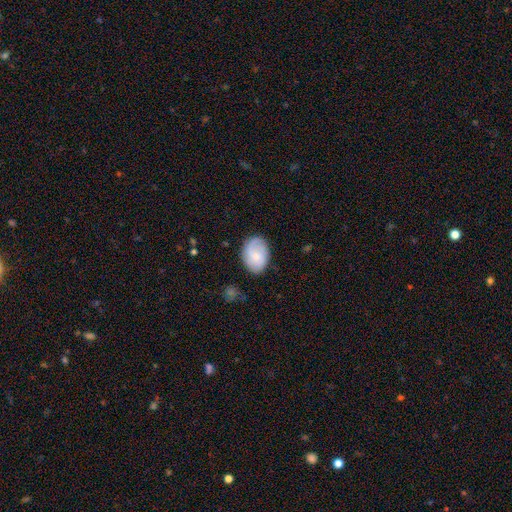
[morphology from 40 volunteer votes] A smooth galaxy with no disk features (55%) that is in between round and cigar-shaped (68%).

Vote fractions:
- Smooth or featured? smooth: 55% / featured or disk: 35% / star or artifact: 10%
- How rounded? in between: 68% / round: 27% / cigar-shaped: 5%
- Merging? none: 78% / minor disturbance: 22% / major disturbance: 0% / merger: 0%